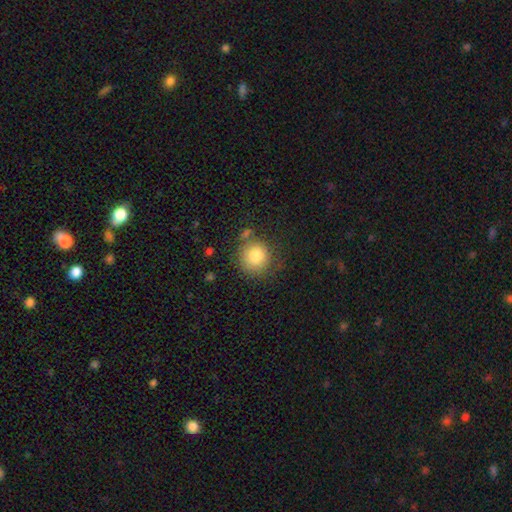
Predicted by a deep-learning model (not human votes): Smooth or featured? Predicted: smooth (p=0.82). How rounded? Predicted: round (p=0.89). Merging? Predicted: none (p=0.72).